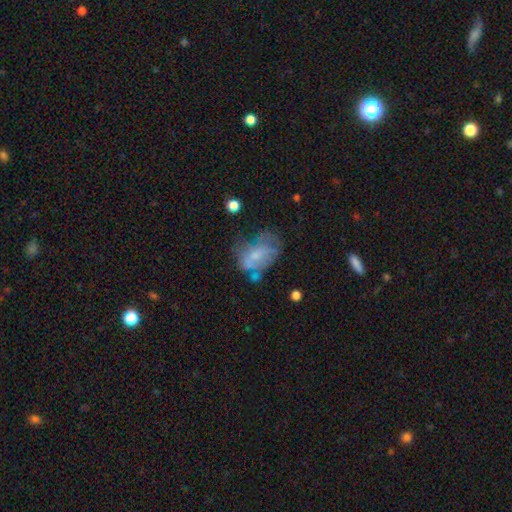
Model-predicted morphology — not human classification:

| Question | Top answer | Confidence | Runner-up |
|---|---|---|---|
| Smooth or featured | smooth | 48% | featured or disk (42%) |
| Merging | none | 31% | tied: major disturbance (31%) |